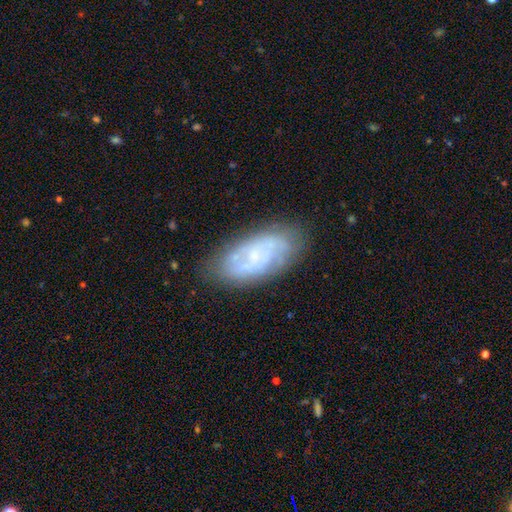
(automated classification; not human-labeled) The model was most divided on "bar": no: 67%, weak: 28%, strong: 6%. More confident: edge-on disk — no (94%); spiral arms — yes (79%); merging — none (75%); smooth or featured — featured or disk (66%); bulge size — small (66%).